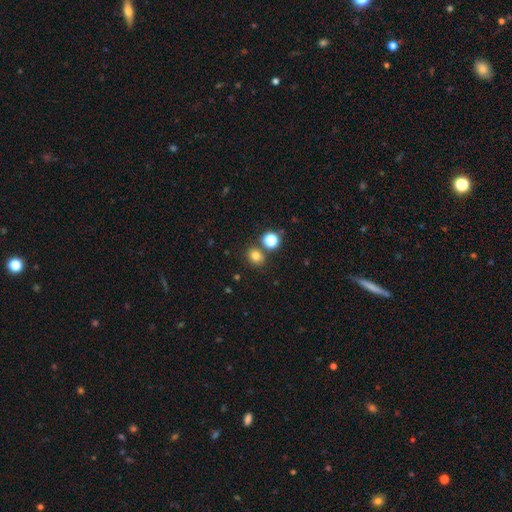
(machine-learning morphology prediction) The model was most divided on "how rounded": round: 69%, in between: 30%, cigar-shaped: 1%. More confident: smooth or featured — smooth (77%); merging — none (77%).